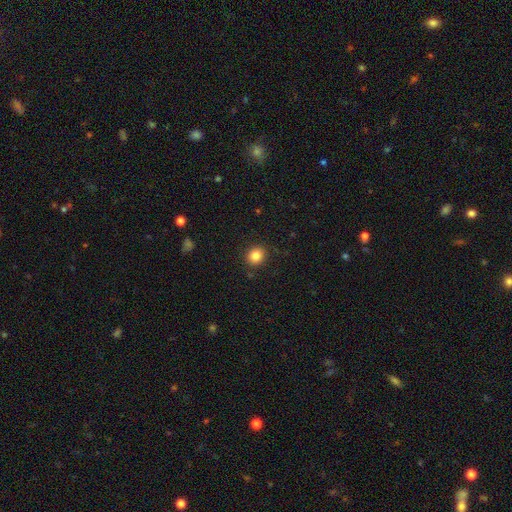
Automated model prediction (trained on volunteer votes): smooth_or_featured: smooth (p=0.84) [alt: star or artifact p=0.11]
how_rounded: round (p=0.78) [alt: in between p=0.21]
merging: none (p=0.90) [alt: minor disturbance p=0.07]